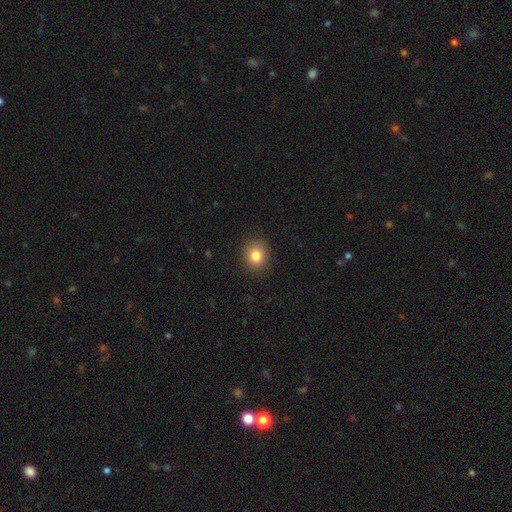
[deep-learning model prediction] smooth-or-featured: smooth: 83% | star or artifact: 10% | featured or disk: 7%
  how-rounded: round: 67% | in between: 32% | cigar-shaped: 1%
  merging: none: 88% | minor disturbance: 8% | major disturbance: 2% | merger: 1%